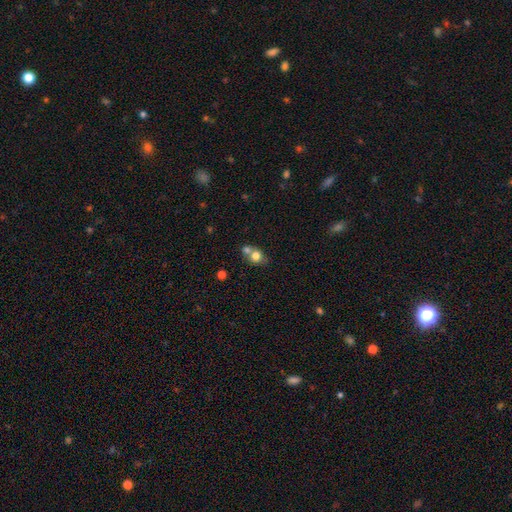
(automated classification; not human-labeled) smooth-or-featured: smooth: 76% | featured or disk: 14% | star or artifact: 10%
  how-rounded: round: 68% | in between: 31% | cigar-shaped: 1%
  merging: merger: 50% | none: 38% | minor disturbance: 9% | major disturbance: 4%